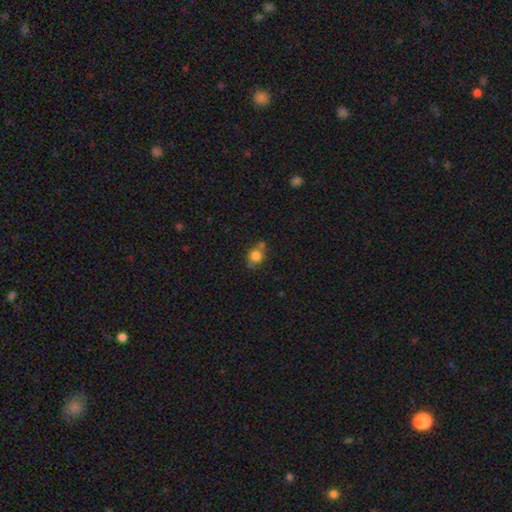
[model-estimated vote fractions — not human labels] Smooth or featured?
  - smooth: 78% *
  - star or artifact: 12%
  - featured or disk: 10%
How rounded?
  - round: 79% *
  - in between: 20%
  - cigar-shaped: 1%
Merging?
  - none: 56% *
  - merger: 23%
  - minor disturbance: 16%
  - major disturbance: 5%